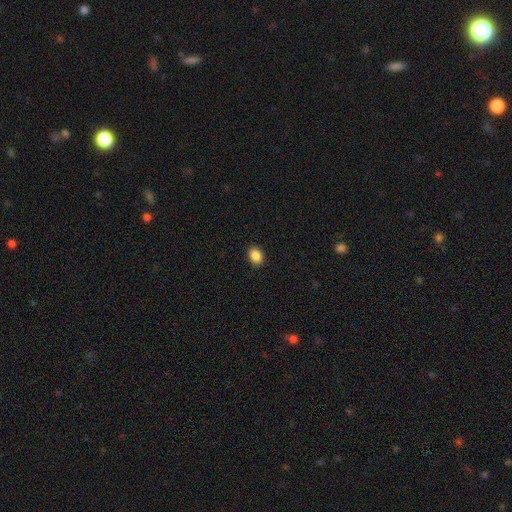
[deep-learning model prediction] Smooth or featured? smooth (88%)
How rounded? in between (51%)
Merging? none (91%)